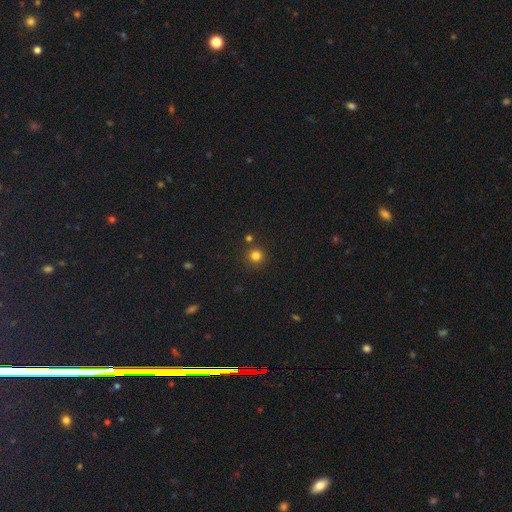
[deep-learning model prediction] Morphology: type=smooth (80%); roundness=round (94%); merging=none (85%).